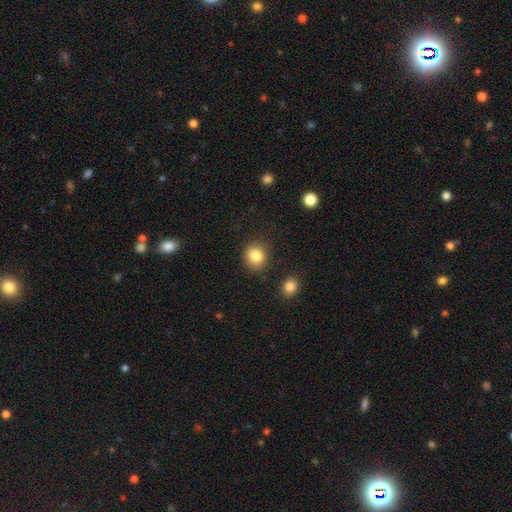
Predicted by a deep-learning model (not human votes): The model was most divided on "how rounded": round: 82%, in between: 17%, cigar-shaped: 1%. More confident: merging — none (86%); smooth or featured — smooth (84%).